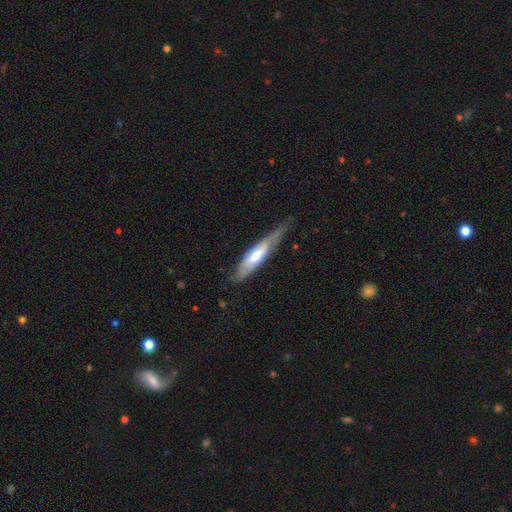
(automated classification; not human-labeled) Morphology: type=smooth (48%); merging=none (54%).